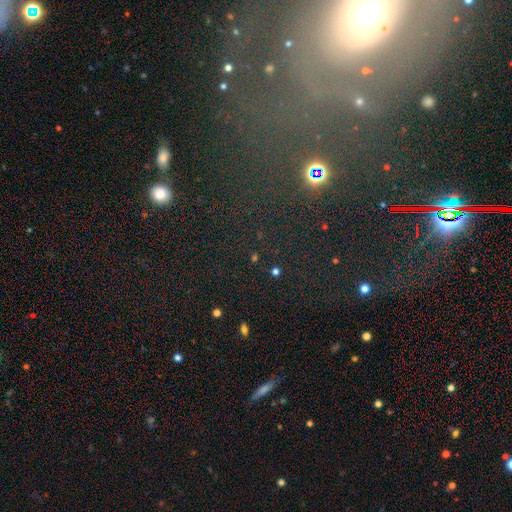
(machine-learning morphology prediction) Overall: star or artifact (67%).